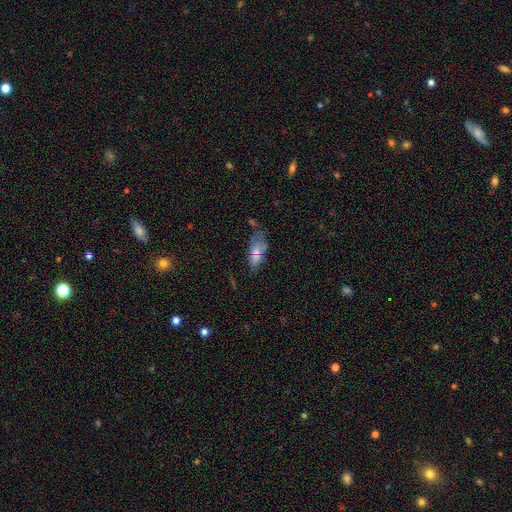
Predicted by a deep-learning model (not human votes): Smooth or featured?
  - smooth: 58% *
  - featured or disk: 29%
  - star or artifact: 13%
How rounded?
  - in between: 72% *
  - cigar-shaped: 24%
  - round: 4%
Merging?
  - none: 44% *
  - minor disturbance: 29%
  - major disturbance: 16%
  - merger: 11%